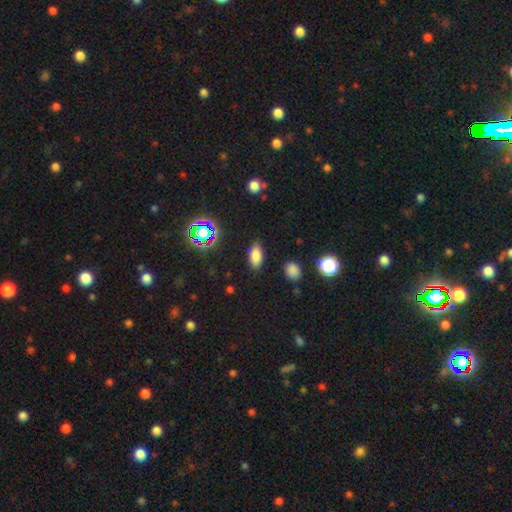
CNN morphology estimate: This is likely a smooth galaxy (78%). How rounded: clearly in between (87%). Merging: clearly none (85%).